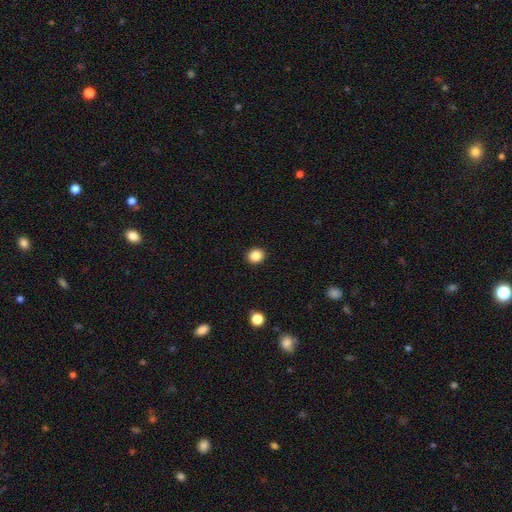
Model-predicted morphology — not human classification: This is clearly a smooth galaxy (85%). How rounded: likely round (76%). Merging: clearly none (92%).